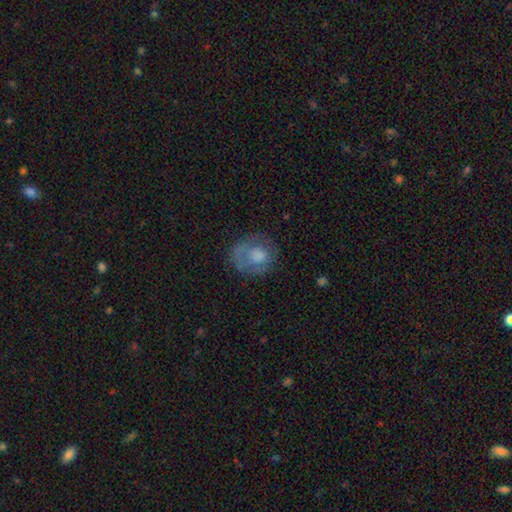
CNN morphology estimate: Smooth or featured? smooth (59%)
How rounded? round (74%)
Merging? none (60%)